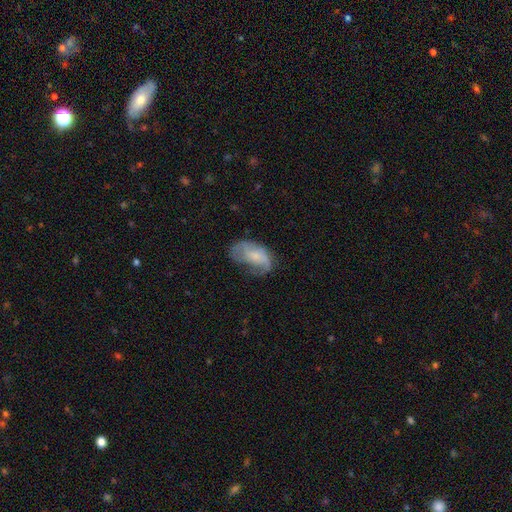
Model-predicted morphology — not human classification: type=featured or disk (52%); edge-on=no (96%); merging=none (39%).